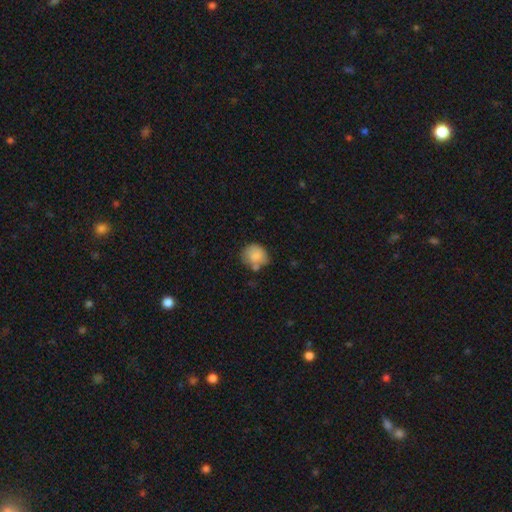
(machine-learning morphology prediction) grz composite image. It shows a smooth galaxy with no disk features (80%) that is round (71%). Merging: none (53%).